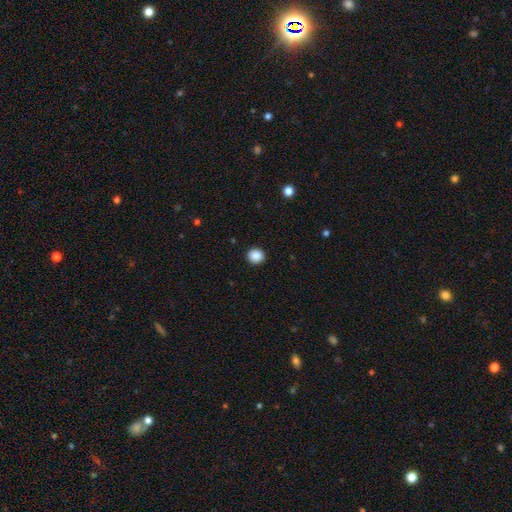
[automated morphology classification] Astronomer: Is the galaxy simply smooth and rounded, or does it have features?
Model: smooth — 88%.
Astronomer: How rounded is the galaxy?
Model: round — 88%.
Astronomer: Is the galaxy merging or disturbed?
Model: none — 92%.